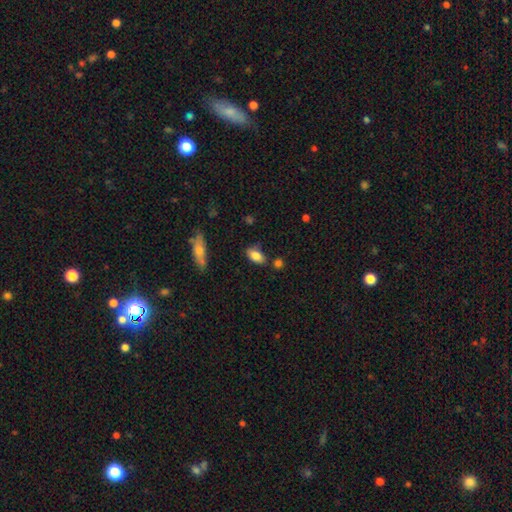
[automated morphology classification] Overall: smooth (83%). How rounded: in between (89%). Merging: none (69%).